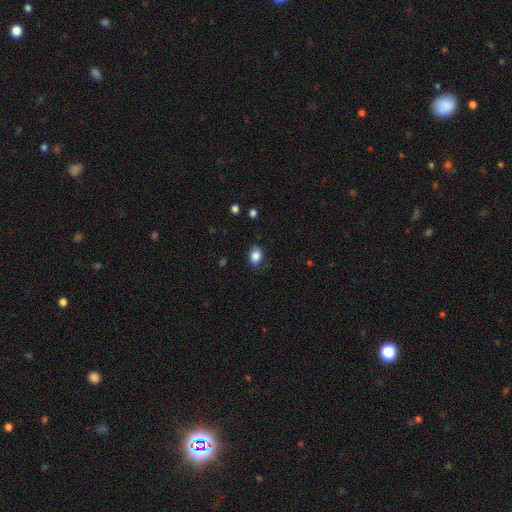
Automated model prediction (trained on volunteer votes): A smooth galaxy with no disk features (86%) that is in between round and cigar-shaped (64%).

Vote fractions:
- Smooth or featured? smooth: 86% / star or artifact: 9% / featured or disk: 5%
- How rounded? in between: 64% / round: 35% / cigar-shaped: 1%
- Merging? none: 76% / minor disturbance: 18% / major disturbance: 5% / merger: 1%